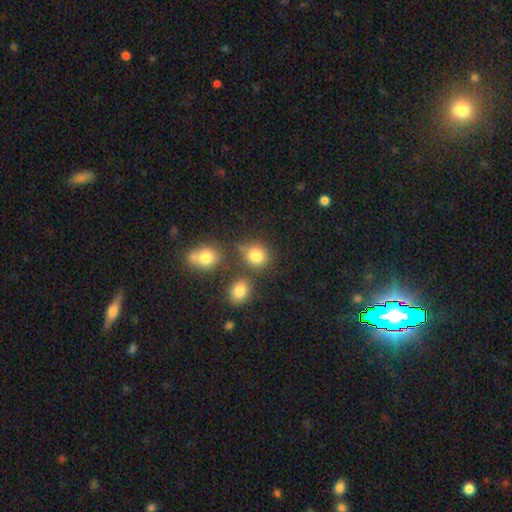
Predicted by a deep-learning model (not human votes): Morphology: type=smooth (80%); roundness=round (77%); merging=none (62%).